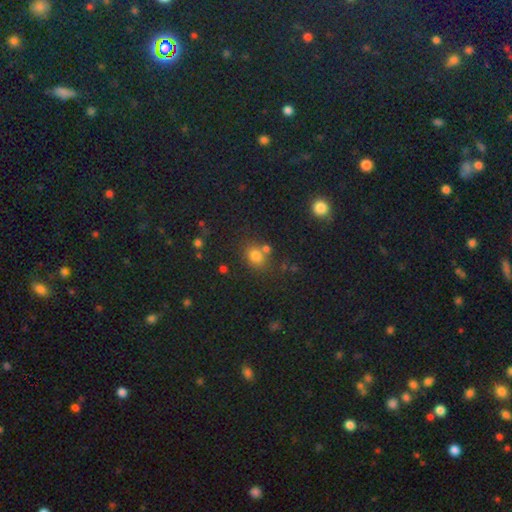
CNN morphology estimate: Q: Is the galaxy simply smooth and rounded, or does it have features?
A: smooth — 76%.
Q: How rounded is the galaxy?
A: round — 52%.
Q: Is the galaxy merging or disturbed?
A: none — 64%.